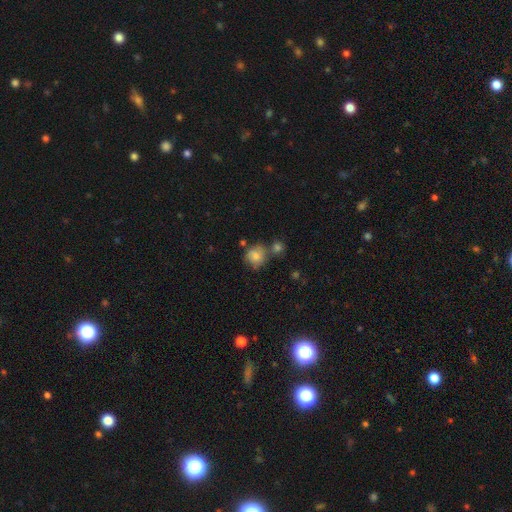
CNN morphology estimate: Smooth or featured? smooth (76%)
How rounded? round (82%)
Merging? none (54%)